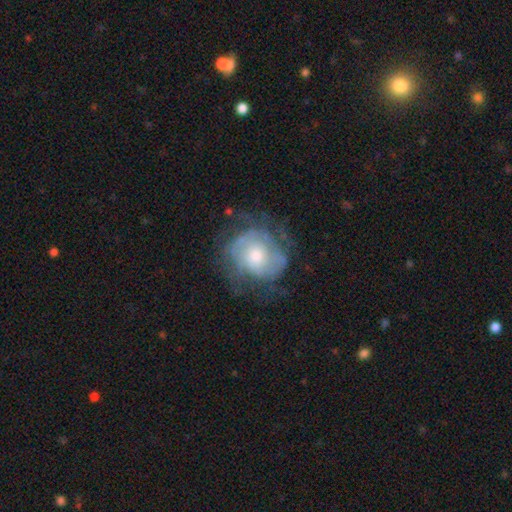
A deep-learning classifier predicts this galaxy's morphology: type=featured or disk (67%); edge-on=no (97%); bar=no (78%); spiral arms=yes (76%); bulge=moderate (55%); merging=none (59%).